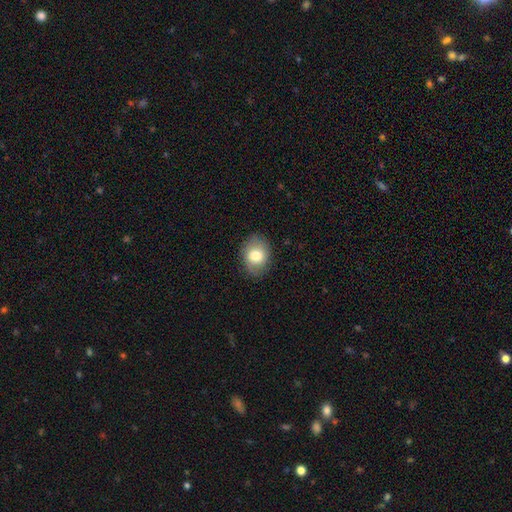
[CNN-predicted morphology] A smooth galaxy with no disk features (76%) that is in between round and cigar-shaped (63%).

Vote fractions:
- Smooth or featured? smooth: 76% / featured or disk: 16% / star or artifact: 8%
- How rounded? in between: 63% / round: 36% / cigar-shaped: 1%
- Merging? none: 83% / minor disturbance: 13% / major disturbance: 3% / merger: 1%